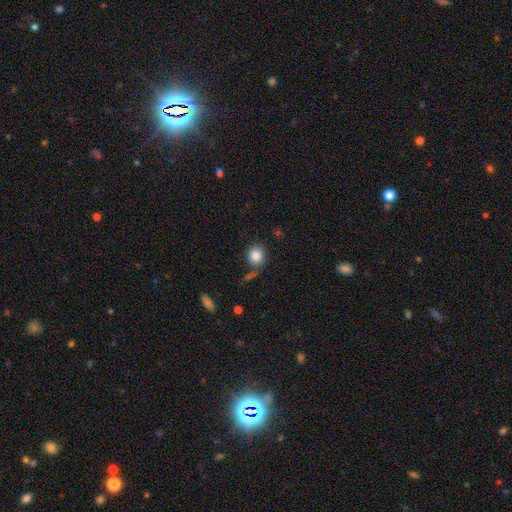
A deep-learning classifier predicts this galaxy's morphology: type=smooth (85%); roundness=round (80%); merging=none (74%).